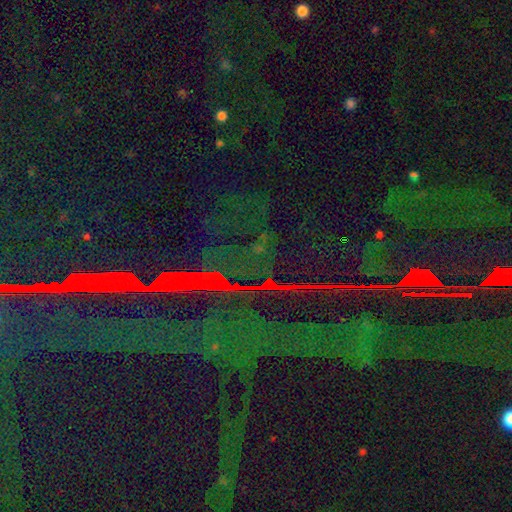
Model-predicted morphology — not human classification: Smooth or featured: star or artifact — 86% (featured or disk — 7%)